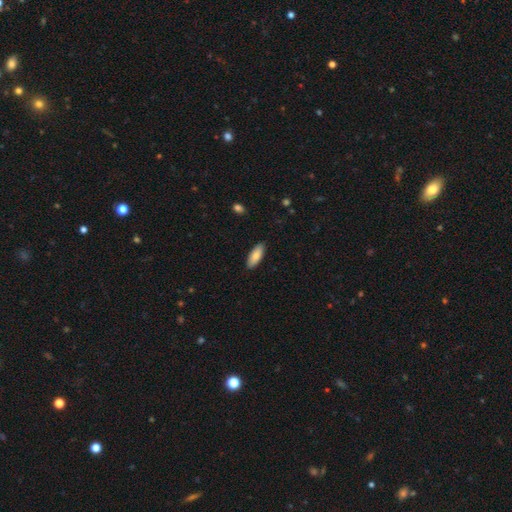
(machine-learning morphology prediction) This is clearly a smooth galaxy (83%). How rounded: likely in between (78%). Merging: clearly none (88%).